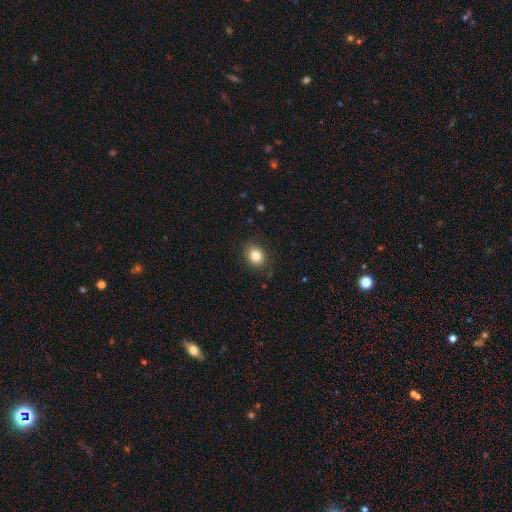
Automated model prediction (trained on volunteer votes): Smooth or featured: smooth — 83% (star or artifact — 10%)
How rounded: in between — 50% (round — 49%)
Merging: none — 86% (minor disturbance — 10%)